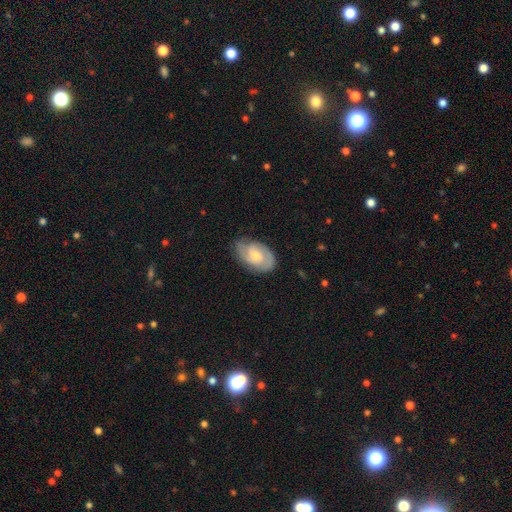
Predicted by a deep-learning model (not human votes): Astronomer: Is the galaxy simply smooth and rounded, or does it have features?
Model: featured or disk — 70%.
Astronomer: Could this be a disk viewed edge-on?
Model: no — 96%.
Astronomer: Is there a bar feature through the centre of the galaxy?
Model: no — 54% (runner-up: weak, 40%).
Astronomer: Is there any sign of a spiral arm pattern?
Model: yes — 92%.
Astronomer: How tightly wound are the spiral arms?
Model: tight — 45% (runner-up: medium, 42%).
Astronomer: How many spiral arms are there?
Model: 2 — 71%.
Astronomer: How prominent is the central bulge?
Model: moderate — 50% (runner-up: small, 42%).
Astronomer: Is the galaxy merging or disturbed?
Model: none — 72%.